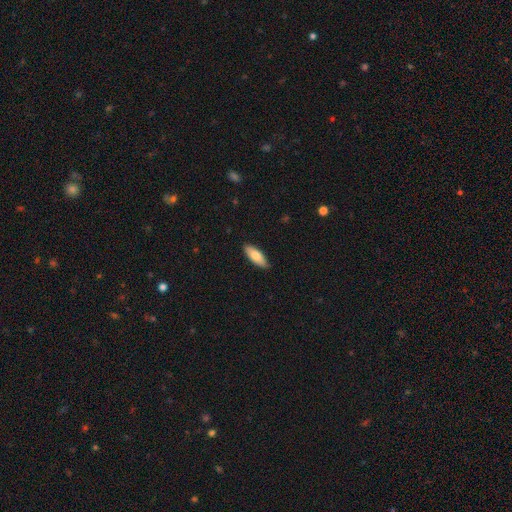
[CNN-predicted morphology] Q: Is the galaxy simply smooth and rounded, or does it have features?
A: smooth — 78%.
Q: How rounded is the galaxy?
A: in between — 69%.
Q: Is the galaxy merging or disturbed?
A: none — 87%.